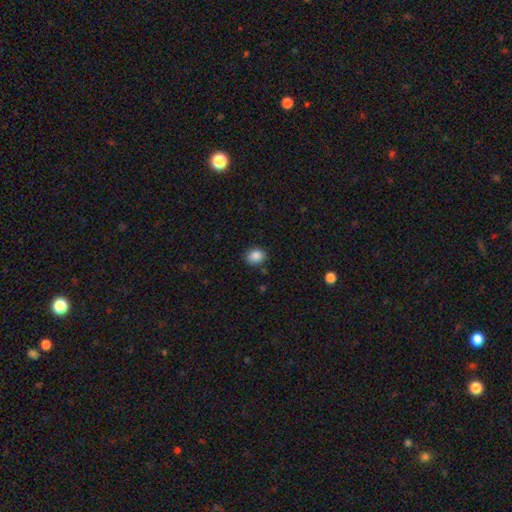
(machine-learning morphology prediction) Smooth or featured? Predicted: smooth (p=0.87). How rounded? Predicted: round (p=0.54). Merging? Predicted: none (p=0.85).